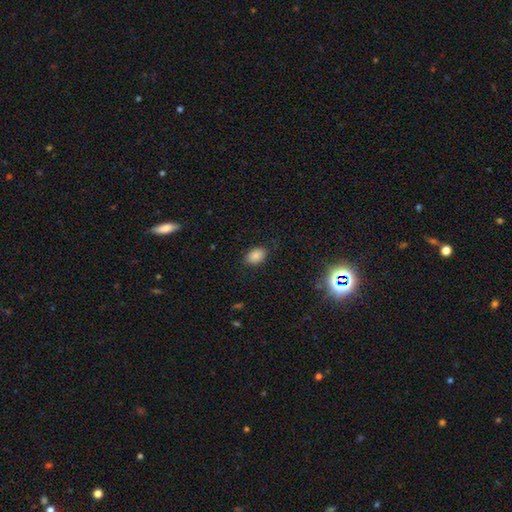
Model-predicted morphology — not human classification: Q: Smooth or featured?
A: smooth (84%); runner-up: star or artifact (10%)
Q: How rounded?
A: in between (80%); runner-up: round (19%)
Q: Merging?
A: none (83%); runner-up: minor disturbance (13%)